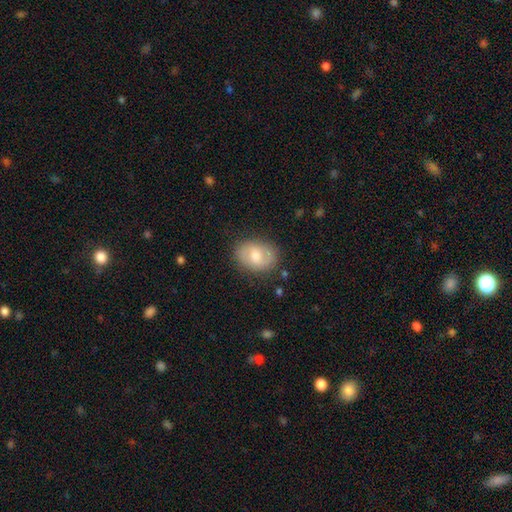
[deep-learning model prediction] Smooth or featured? Predicted: smooth (p=0.51). How rounded? Predicted: in between (p=0.66). Merging? Predicted: none (p=0.80).